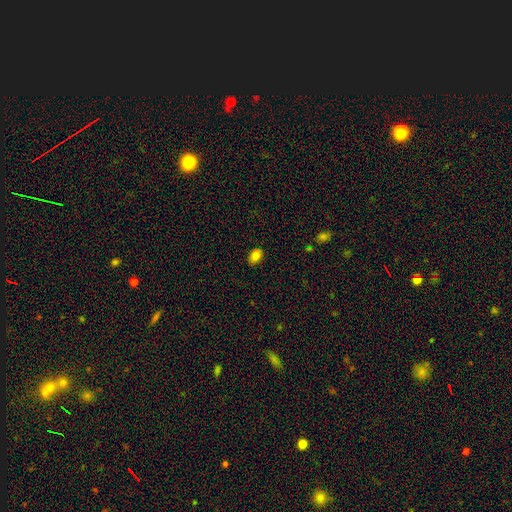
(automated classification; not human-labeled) Smooth or featured: smooth — 82% (star or artifact — 9%)
How rounded: in between — 81% (round — 18%)
Merging: none — 86% (minor disturbance — 11%)